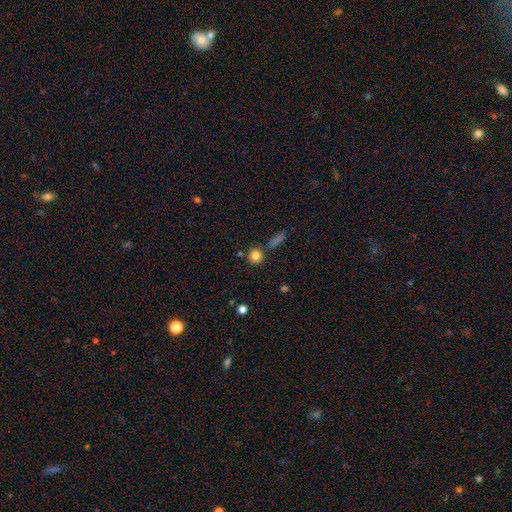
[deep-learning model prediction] smooth_or_featured: smooth (p=0.82) [alt: star or artifact p=0.11]
how_rounded: round (p=0.91) [alt: in between p=0.07]
merging: none (p=0.78) [alt: merger p=0.10]